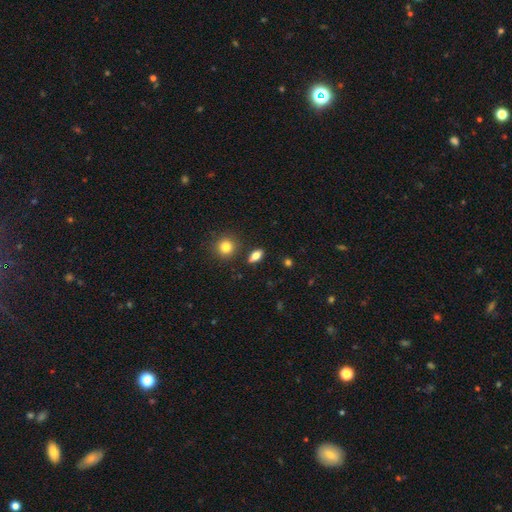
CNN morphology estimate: A smooth galaxy with no disk features (80%) that is in between round and cigar-shaped (80%).

Vote fractions:
- Smooth or featured? smooth: 80% / featured or disk: 11% / star or artifact: 10%
- How rounded? in between: 80% / round: 10% / cigar-shaped: 10%
- Merging? none: 85% / minor disturbance: 9% / merger: 4% / major disturbance: 3%